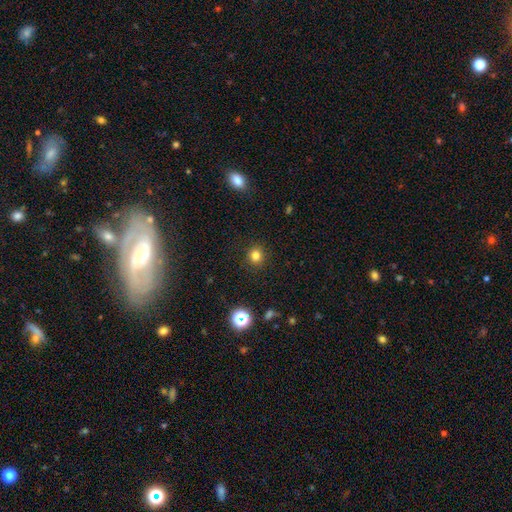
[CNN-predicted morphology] Smooth or featured? smooth (80%)
How rounded? round (89%)
Merging? none (91%)